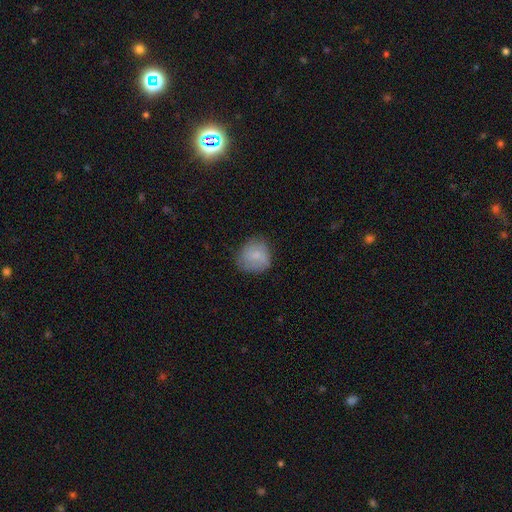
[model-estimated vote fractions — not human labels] Q: Smooth or featured?
A: smooth (75%); runner-up: featured or disk (17%)
Q: How rounded?
A: round (83%); runner-up: in between (16%)
Q: Merging?
A: none (68%); runner-up: minor disturbance (24%)